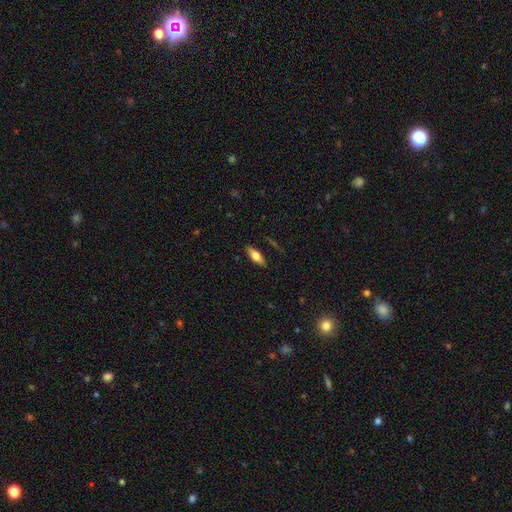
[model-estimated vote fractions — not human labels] smooth 61%, featured or disk 32%, star or artifact 7%. Down the decision tree: how rounded — in between (67%); merging — none (87%).